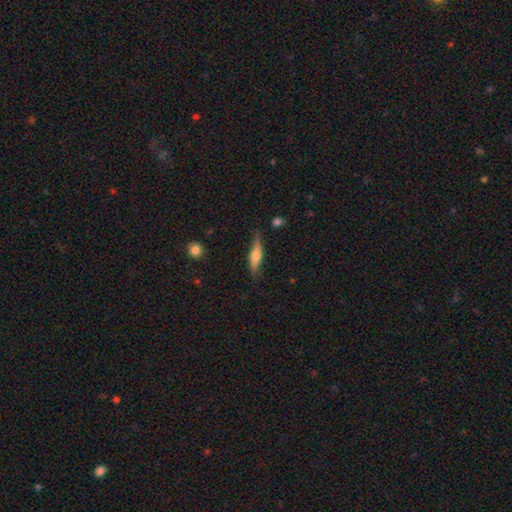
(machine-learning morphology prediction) smooth_or_featured: smooth (p=0.54) [alt: featured or disk p=0.40]
how_rounded: cigar-shaped (p=0.68) [alt: in between p=0.30]
merging: none (p=0.74) [alt: minor disturbance p=0.20]